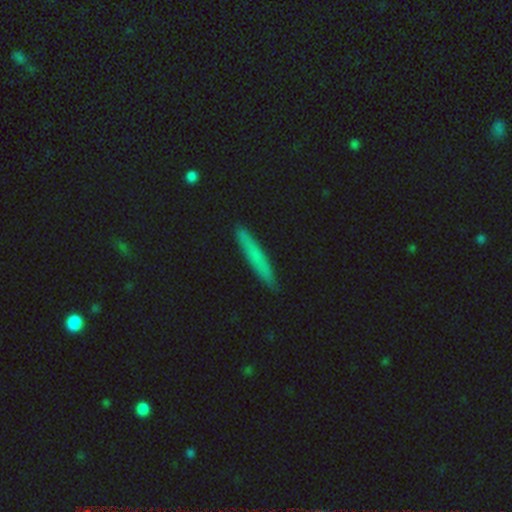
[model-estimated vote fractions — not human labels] This is likely a smooth galaxy (70%). How rounded: clearly cigar-shaped (95%). Merging: clearly none (89%).